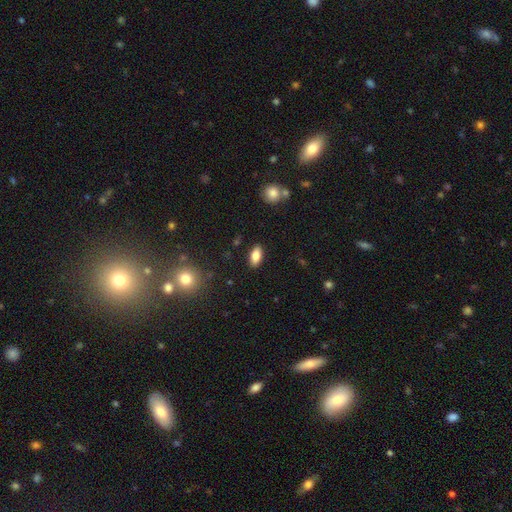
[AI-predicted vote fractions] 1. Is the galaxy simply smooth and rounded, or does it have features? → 83% smooth, 9% featured or disk, 8% star or artifact.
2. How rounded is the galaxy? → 89% in between, 8% cigar-shaped, 3% round.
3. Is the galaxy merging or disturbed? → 88% none, 9% minor disturbance, 2% major disturbance, 1% merger.